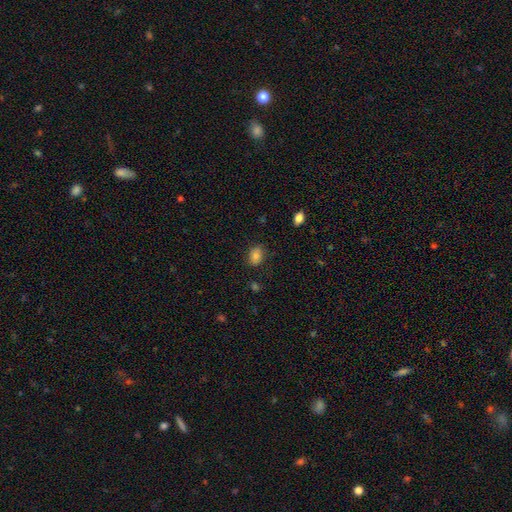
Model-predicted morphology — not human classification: smooth-or-featured: smooth: 81% | star or artifact: 10% | featured or disk: 8%
  how-rounded: in between: 62% | round: 37% | cigar-shaped: 1%
  merging: none: 81% | minor disturbance: 14% | major disturbance: 3% | merger: 1%